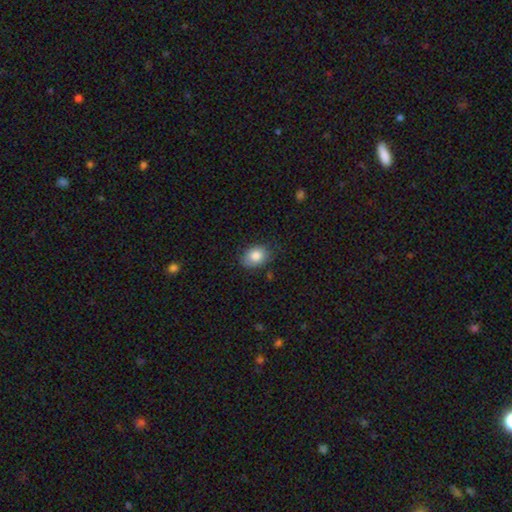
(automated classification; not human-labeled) Overall: smooth (83%). How rounded: in between (73%). Merging: none (74%).